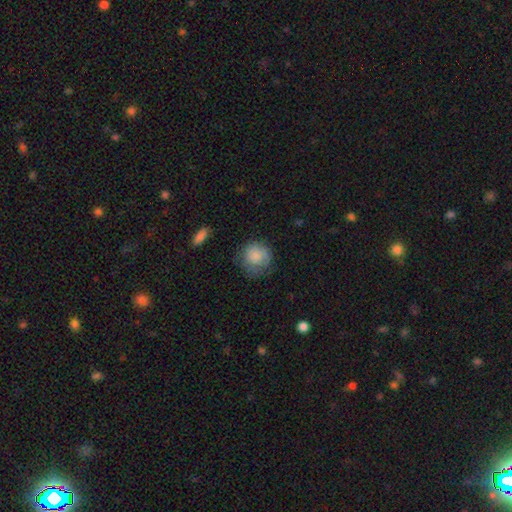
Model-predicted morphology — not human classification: This is clearly a smooth galaxy (82%). How rounded: clearly round (87%). Merging: likely none (60%).